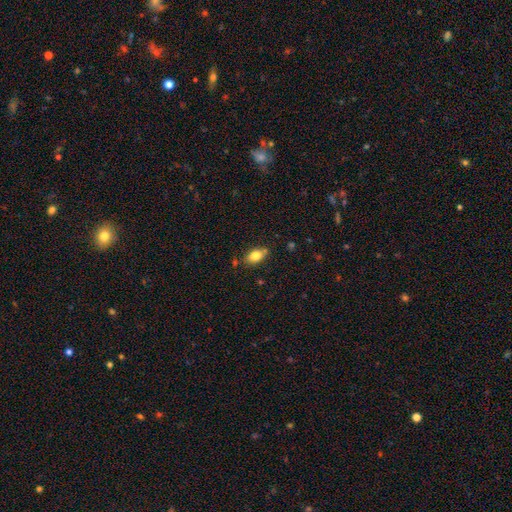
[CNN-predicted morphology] Smooth or featured: smooth — 80% (featured or disk — 11%)
How rounded: in between — 86% (round — 10%)
Merging: none — 76% (minor disturbance — 16%)